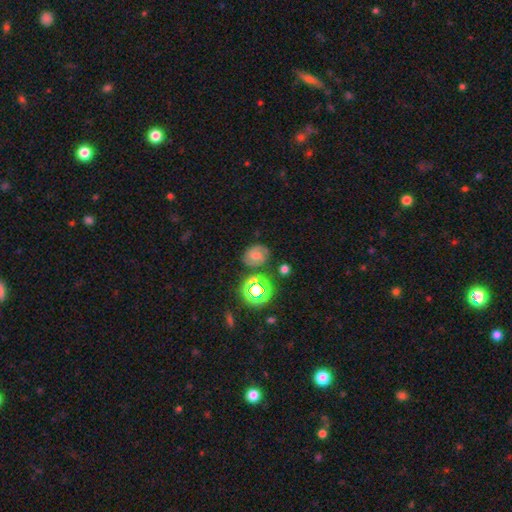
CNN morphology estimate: Smooth or featured?
  - featured or disk: 48% *
  - smooth: 28%
  - star or artifact: 24%
Merging?
  - none: 75% *
  - minor disturbance: 14%
  - merger: 5%
  - major disturbance: 5%